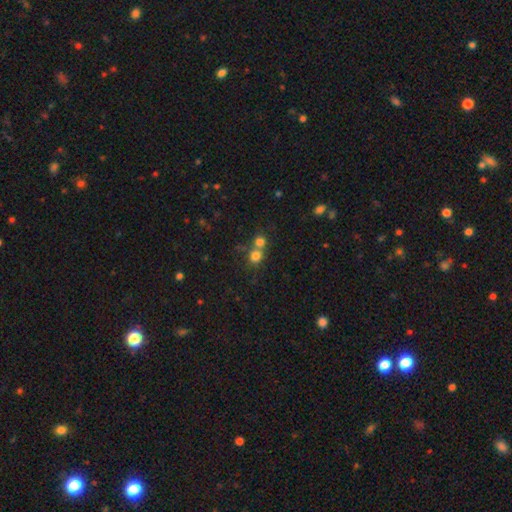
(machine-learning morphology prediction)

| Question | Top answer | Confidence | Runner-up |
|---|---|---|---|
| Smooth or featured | smooth | 75% | star or artifact (15%) |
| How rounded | round | 84% | in between (15%) |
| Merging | merger | 50% | none (42%) |